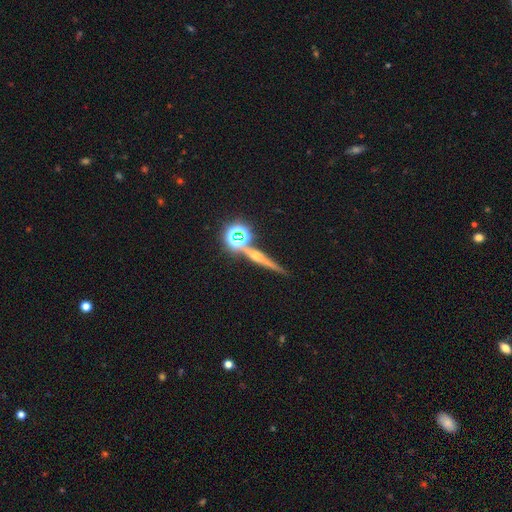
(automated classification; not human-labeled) A featured or disk galaxy (55%) viewed edge-on (93%) with a rounded central bulge (83%). Merging: none (79%).